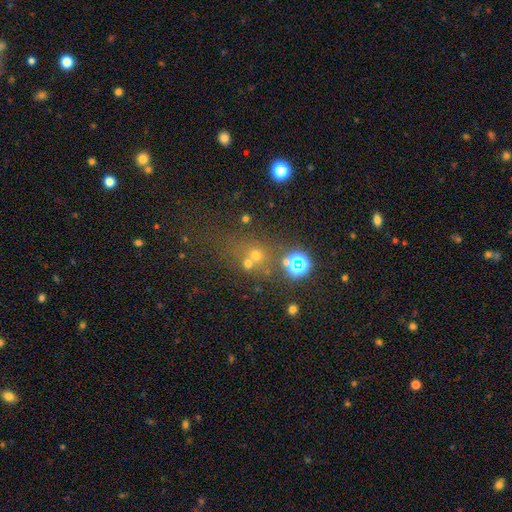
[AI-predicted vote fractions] Overall: smooth (45%; star or artifact 41%). Merging: none (54%; merger 29%).